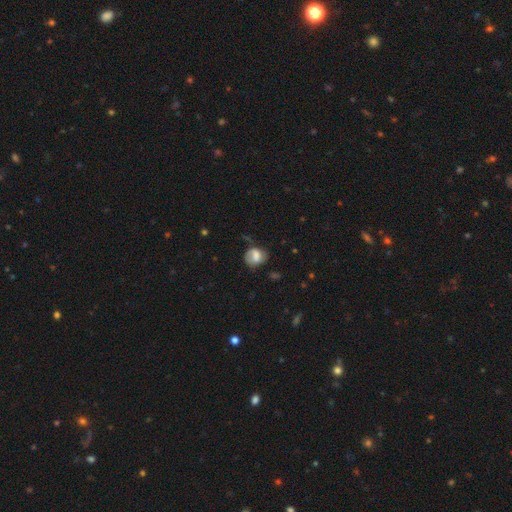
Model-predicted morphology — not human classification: type=smooth (58%); roundness=round (58%); merging=none (49%).